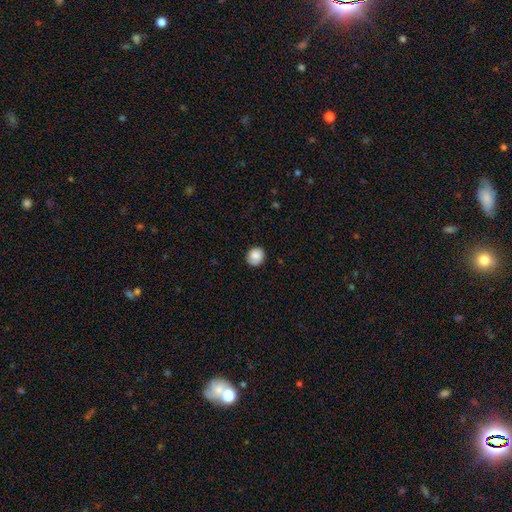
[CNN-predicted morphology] smooth 84%, star or artifact 8%, featured or disk 7%. Down the decision tree: how rounded — round (85%); merging — none (83%).